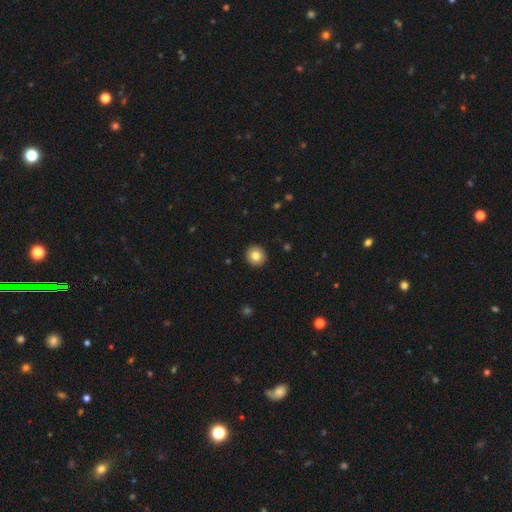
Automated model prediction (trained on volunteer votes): A smooth galaxy with no disk features (82%) that is round (92%).

Vote fractions:
- Smooth or featured? smooth: 82% / featured or disk: 9% / star or artifact: 9%
- How rounded? round: 92% / in between: 7% / cigar-shaped: 1%
- Merging? none: 93% / minor disturbance: 5% / major disturbance: 1% / merger: 1%